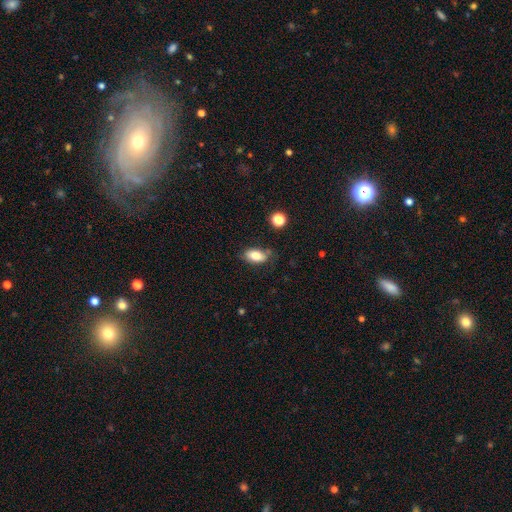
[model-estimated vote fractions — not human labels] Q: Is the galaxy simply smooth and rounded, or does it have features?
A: smooth — 82%.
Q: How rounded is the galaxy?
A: in between — 90%.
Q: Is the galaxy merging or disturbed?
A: none — 70%.